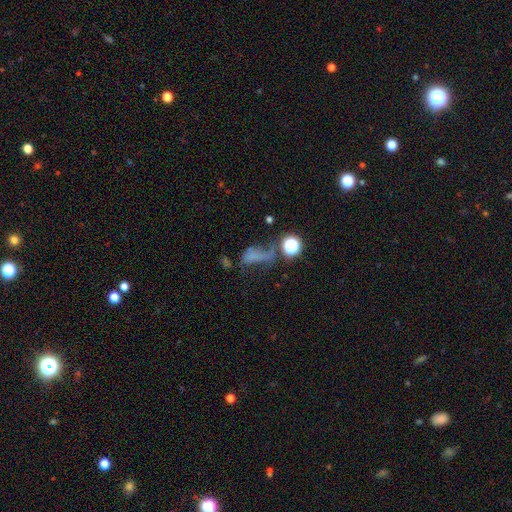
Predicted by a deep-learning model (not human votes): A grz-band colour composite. It shows a smooth galaxy with no disk features (45%). Merging: major disturbance (39%).